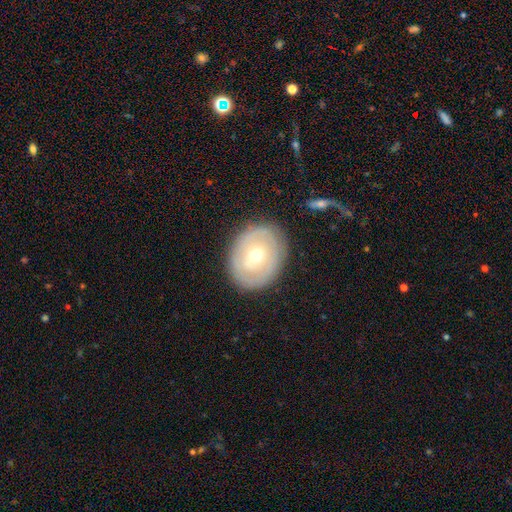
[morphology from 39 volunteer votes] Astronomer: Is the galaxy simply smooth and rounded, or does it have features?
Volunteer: featured or disk — 59% (runner-up: smooth, 36%).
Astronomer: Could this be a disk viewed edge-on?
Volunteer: no — 91%.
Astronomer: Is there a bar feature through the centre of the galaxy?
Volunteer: no — 71%.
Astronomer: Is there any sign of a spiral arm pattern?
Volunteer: no — 62% (runner-up: yes, 38%).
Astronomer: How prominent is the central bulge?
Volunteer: moderate — 52% (runner-up: small, 38%).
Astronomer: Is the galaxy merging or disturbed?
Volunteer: none — 76%.